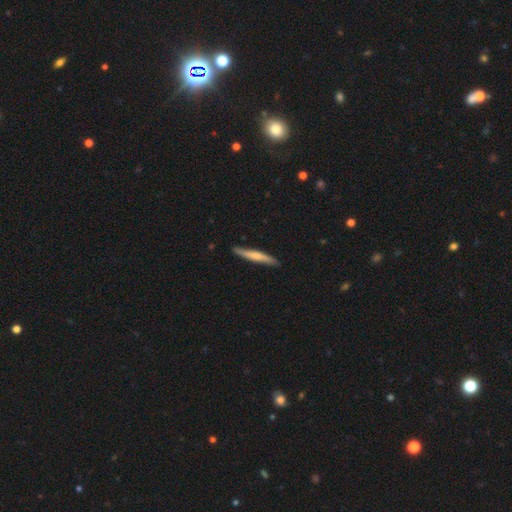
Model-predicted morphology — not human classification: smooth 57%, featured or disk 38%, star or artifact 5%. Down the decision tree: how rounded — cigar-shaped (95%); merging — none (87%).